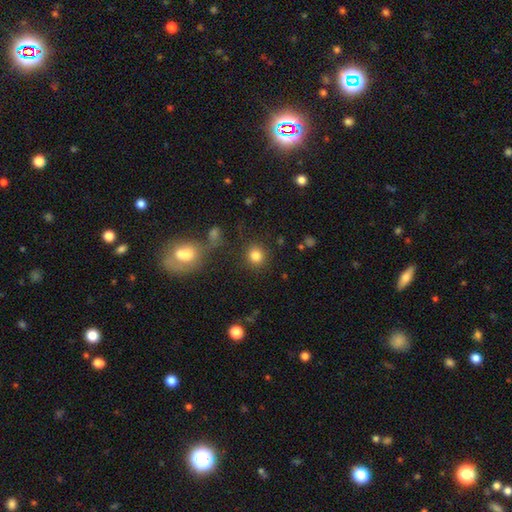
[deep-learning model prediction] Smooth or featured? Predicted: smooth (p=0.83). How rounded? Predicted: round (p=0.87). Merging? Predicted: none (p=0.85).